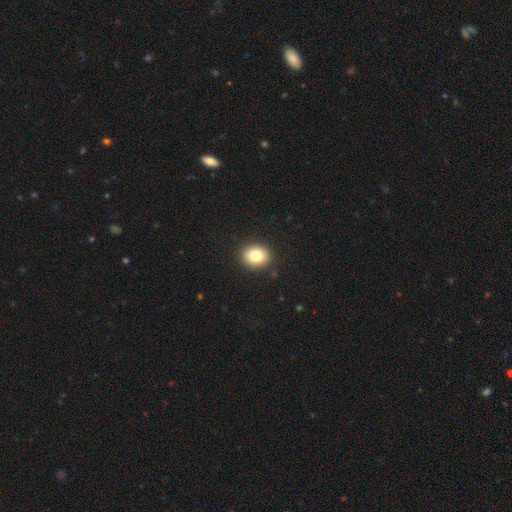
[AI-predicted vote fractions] Smooth or featured? smooth (81%)
How rounded? round (58%)
Merging? none (90%)